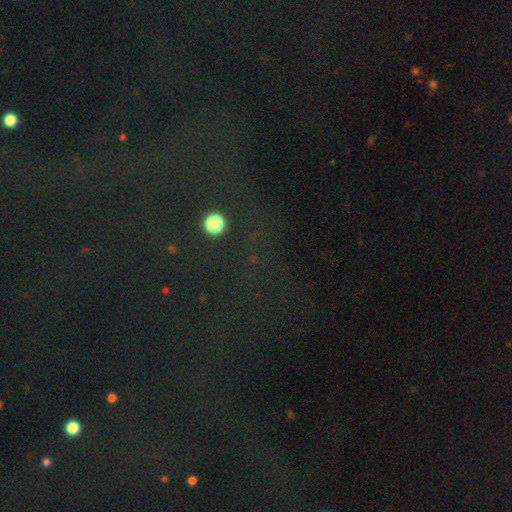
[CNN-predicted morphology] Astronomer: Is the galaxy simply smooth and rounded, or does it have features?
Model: star or artifact — 79%.